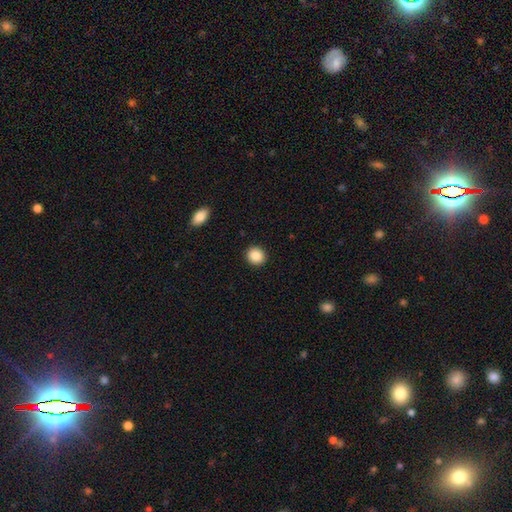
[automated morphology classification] Smooth or featured? Predicted: smooth (p=0.87). How rounded? Predicted: round (p=0.85). Merging? Predicted: none (p=0.92).